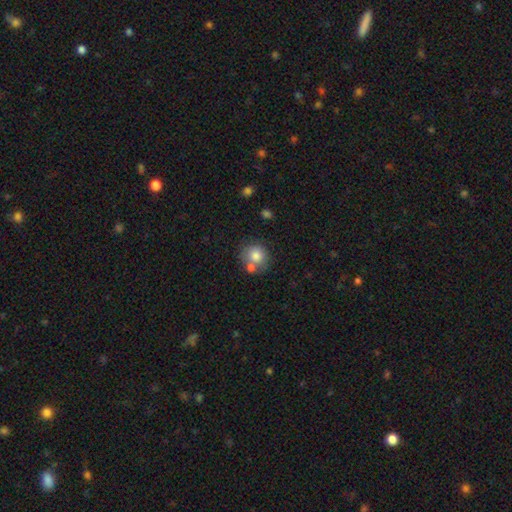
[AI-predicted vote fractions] Smooth or featured: smooth — 78% (featured or disk — 13%)
How rounded: round — 84% (in between — 15%)
Merging: none — 55% (merger — 26%)